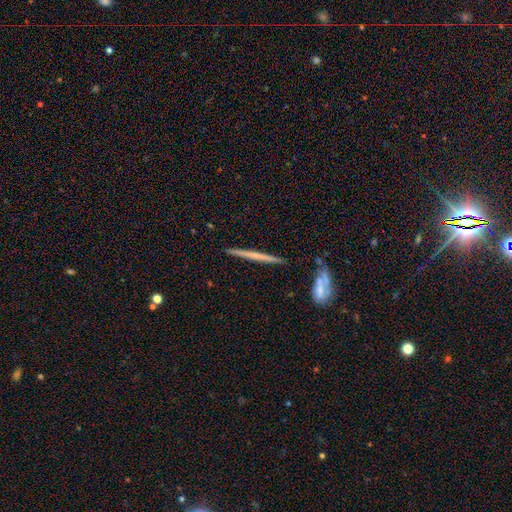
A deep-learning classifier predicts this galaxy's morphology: The model was most divided on "smooth or featured": featured or disk: 52%, smooth: 42%, star or artifact: 6%. More confident: edge-on disk — yes (97%); merging — none (89%); edge-on bulge — none (83%).